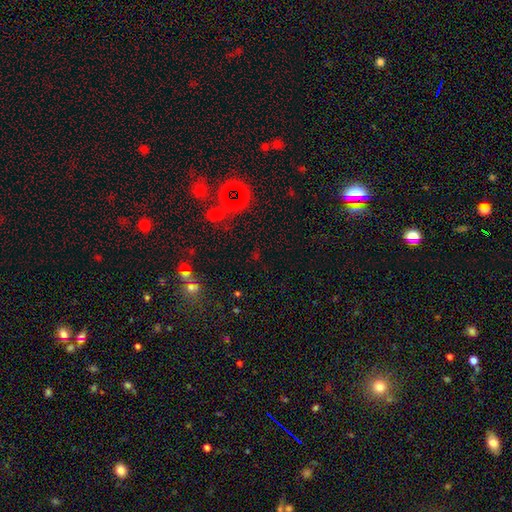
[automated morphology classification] smooth-or-featured: star or artifact: 63% | smooth: 28% | featured or disk: 9%